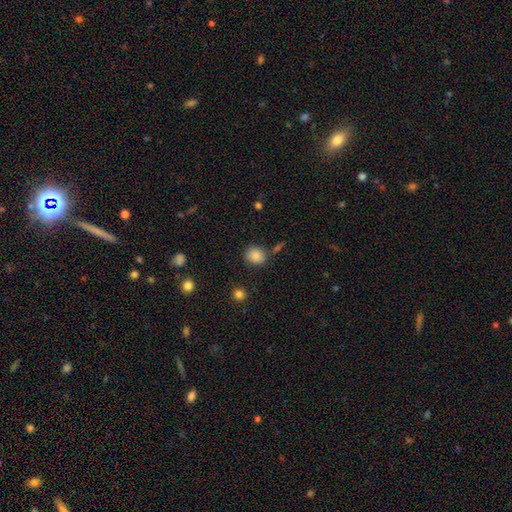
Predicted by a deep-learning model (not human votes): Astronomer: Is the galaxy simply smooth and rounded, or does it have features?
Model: smooth — 86%.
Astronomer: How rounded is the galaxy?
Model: round — 62% (runner-up: in between, 37%).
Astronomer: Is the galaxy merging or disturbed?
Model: none — 76%.